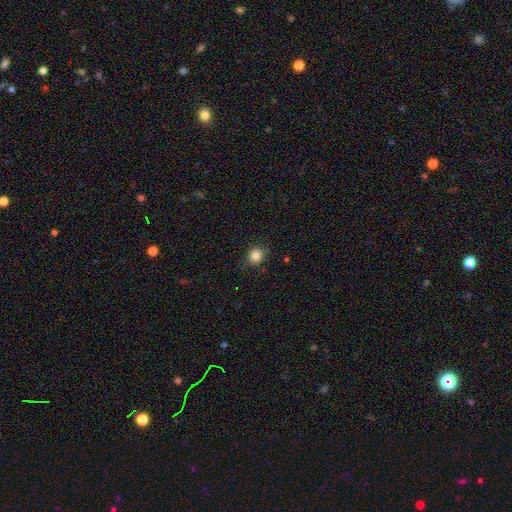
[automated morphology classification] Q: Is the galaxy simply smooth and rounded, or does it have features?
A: smooth — 85%.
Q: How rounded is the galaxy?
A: round — 75%.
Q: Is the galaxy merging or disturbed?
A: none — 83%.